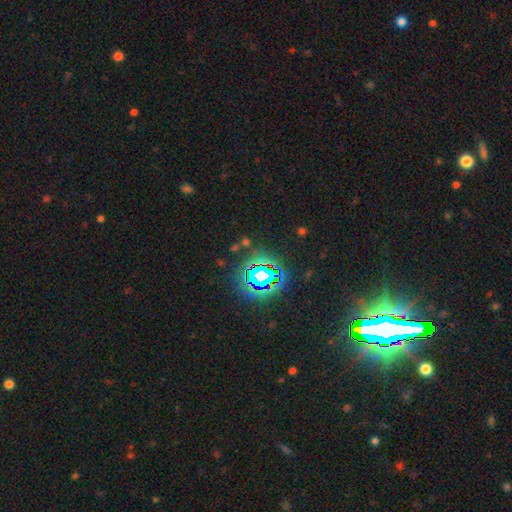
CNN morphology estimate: This is clearly a star or artifact rather than a galaxy (82%).